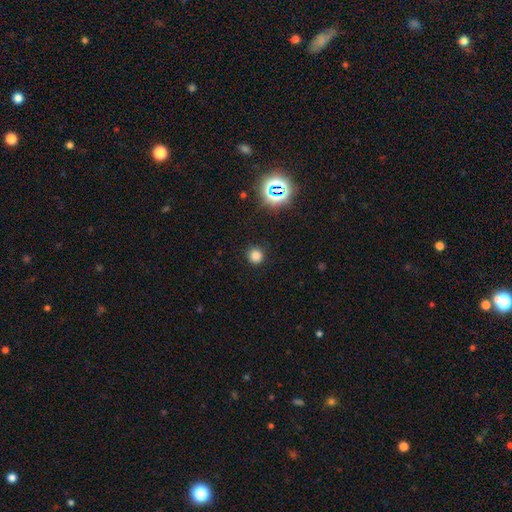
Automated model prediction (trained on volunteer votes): smooth_or_featured: smooth (p=0.77) [alt: star or artifact p=0.18]
how_rounded: round (p=0.94) [alt: in between p=0.05]
merging: none (p=0.89) [alt: minor disturbance p=0.07]